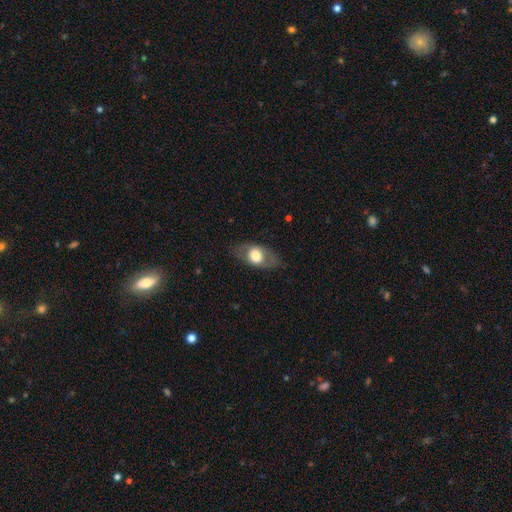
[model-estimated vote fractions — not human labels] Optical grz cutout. It shows a smooth galaxy with no disk features (53%) that is in between round and cigar-shaped (79%). Merging: none (79%).